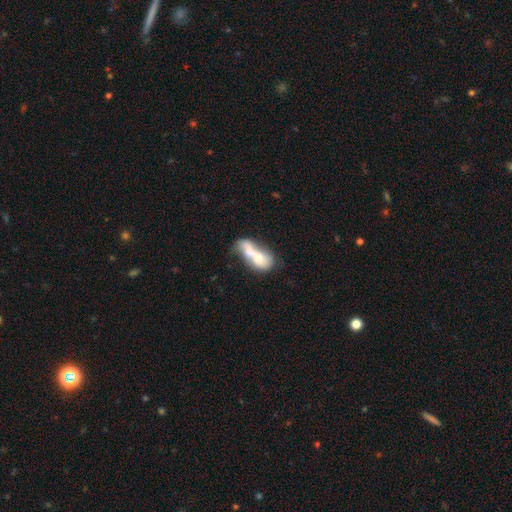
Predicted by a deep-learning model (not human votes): The model was most divided on "smooth or featured": smooth: 54%, featured or disk: 39%, star or artifact: 8%. More confident: how rounded — in between (75%); merging — merger (68%).